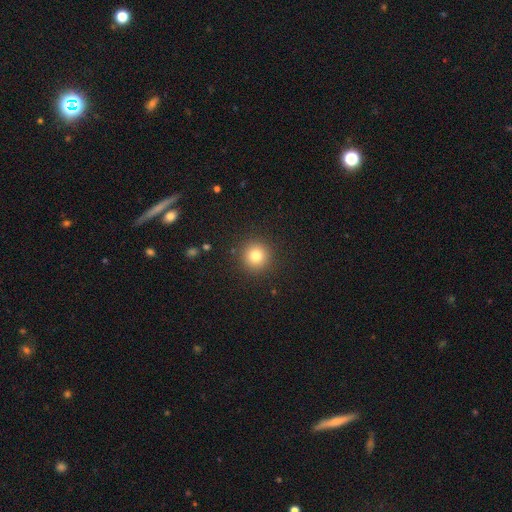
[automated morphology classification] Smooth or featured: smooth — 80% (star or artifact — 12%)
How rounded: round — 95% (in between — 4%)
Merging: none — 91% (minor disturbance — 6%)